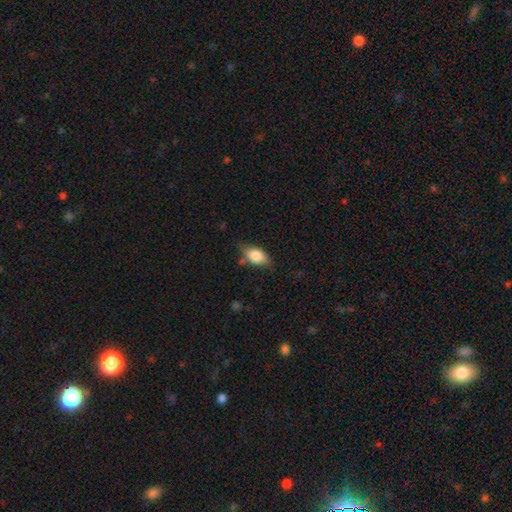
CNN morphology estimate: smooth 76%, featured or disk 17%, star or artifact 7%. Down the decision tree: how rounded — in between (86%); merging — none (66%).